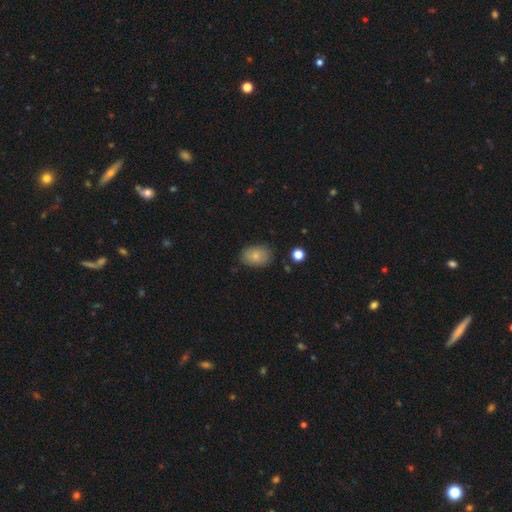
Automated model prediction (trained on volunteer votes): Smooth or featured? Predicted: smooth (p=0.81). How rounded? Predicted: in between (p=0.82). Merging? Predicted: none (p=0.80).